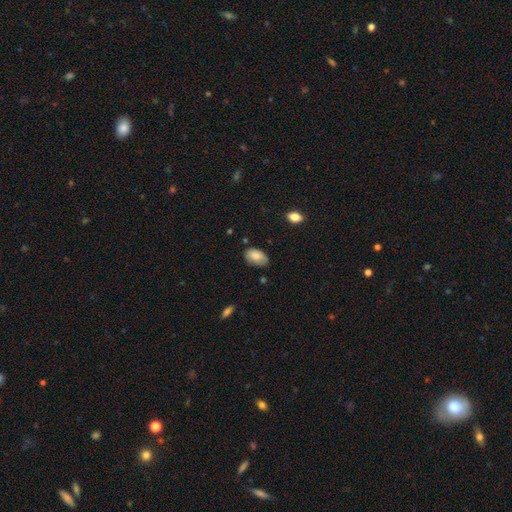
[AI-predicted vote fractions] smooth 81%, featured or disk 12%, star or artifact 7%. Down the decision tree: how rounded — in between (92%); merging — none (66%).